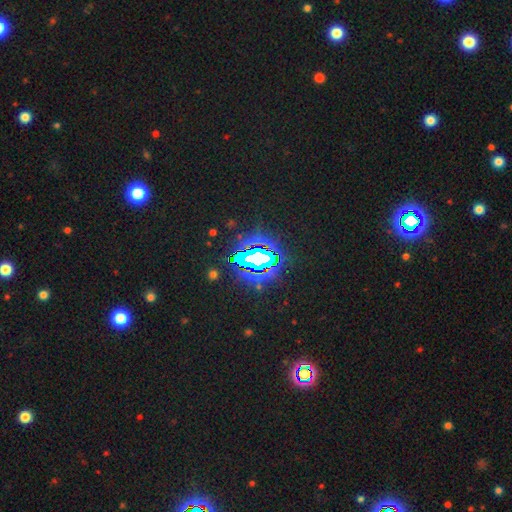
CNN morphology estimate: Smooth or featured? Predicted: star or artifact (p=0.81).